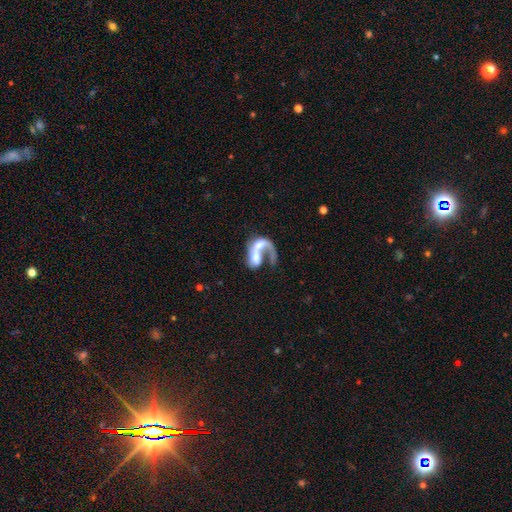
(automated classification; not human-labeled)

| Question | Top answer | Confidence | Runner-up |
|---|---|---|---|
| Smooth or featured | featured or disk | 62% | smooth (30%) |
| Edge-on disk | no | 96% | yes (4%) |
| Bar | no | 67% | weak (23%) |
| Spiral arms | yes | 63% | no (37%) |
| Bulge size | moderate | 39% | large (22%) |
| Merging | merger | 60% | major disturbance (21%) |